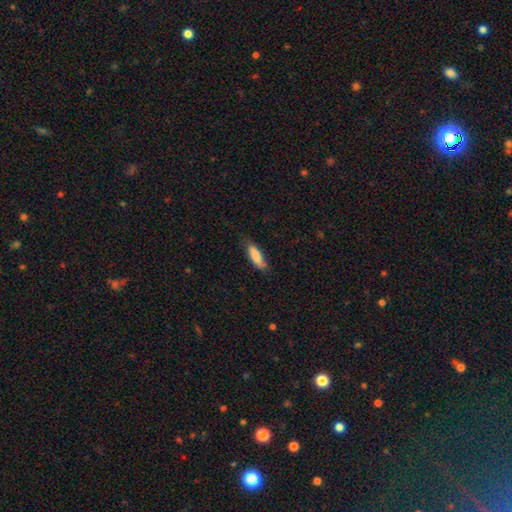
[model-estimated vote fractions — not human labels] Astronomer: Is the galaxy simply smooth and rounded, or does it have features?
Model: smooth — 81%.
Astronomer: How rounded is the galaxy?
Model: in between — 55% (runner-up: cigar-shaped, 44%).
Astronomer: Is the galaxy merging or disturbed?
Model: none — 70%.